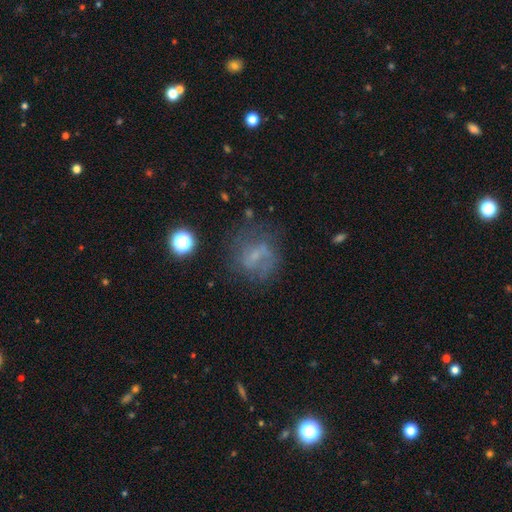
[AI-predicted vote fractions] This is possibly a featured or disk galaxy (54%). It is clearly not viewed edge-on (96%). Bar: possibly weak (46%). Spiral arm pattern: likely yes (61%). Central bulge: possibly small (49%). Merging: possibly none (58%).